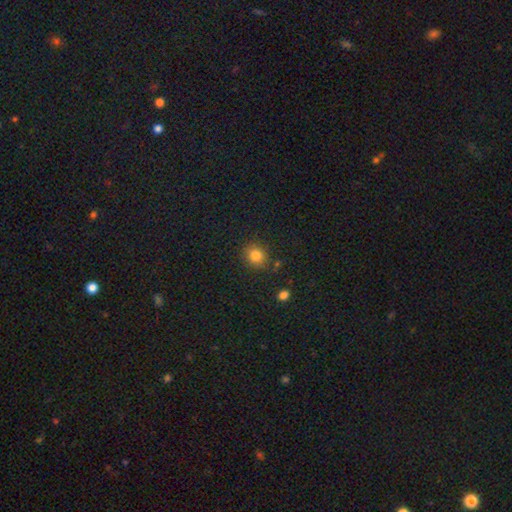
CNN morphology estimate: type=smooth (82%); roundness=round (77%); merging=none (85%).